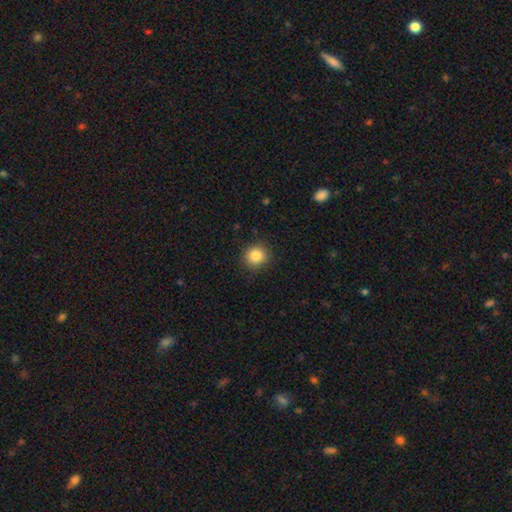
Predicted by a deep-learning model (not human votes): smooth_or_featured: smooth (p=0.84) [alt: star or artifact p=0.10]
how_rounded: round (p=0.89) [alt: in between p=0.10]
merging: none (p=0.89) [alt: minor disturbance p=0.08]